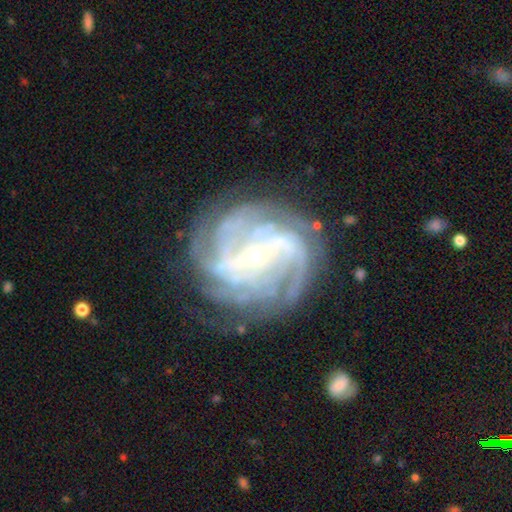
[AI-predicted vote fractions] Smooth or featured? featured or disk (90%)
Edge-on disk? no (97%)
Bar? strong (42%)
Spiral arms? yes (97%)
Spiral winding? tight (62%)
Spiral arm count? 4 (30%)
Bulge size? small (70%)
Merging? none (76%)